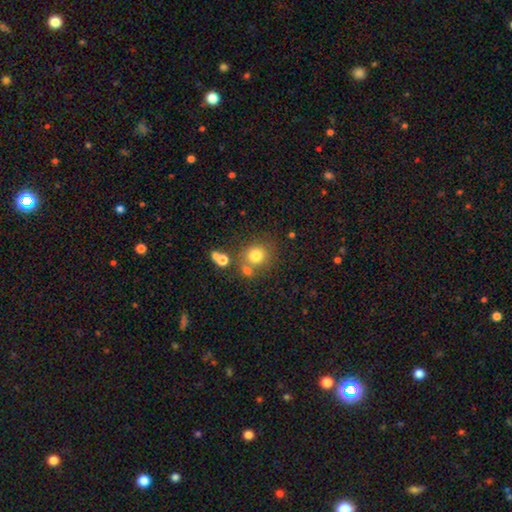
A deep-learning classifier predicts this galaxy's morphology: Overall: smooth (77%). How rounded: round (86%). Merging: none (66%).